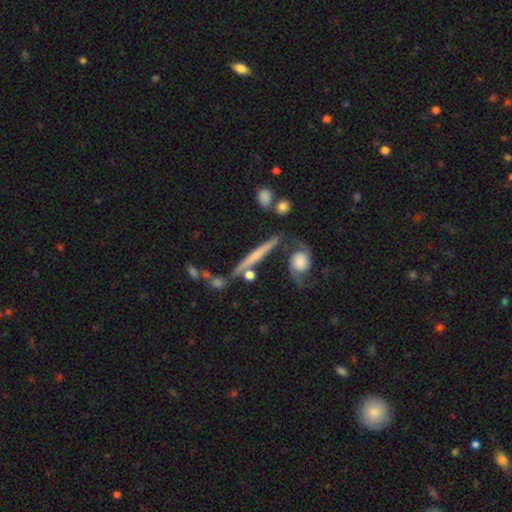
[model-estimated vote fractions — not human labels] featured or disk 62%, smooth 31%, star or artifact 7%. Down the decision tree: edge-on disk — yes (86%); edge-on bulge — none (49%); merging — none (65%).